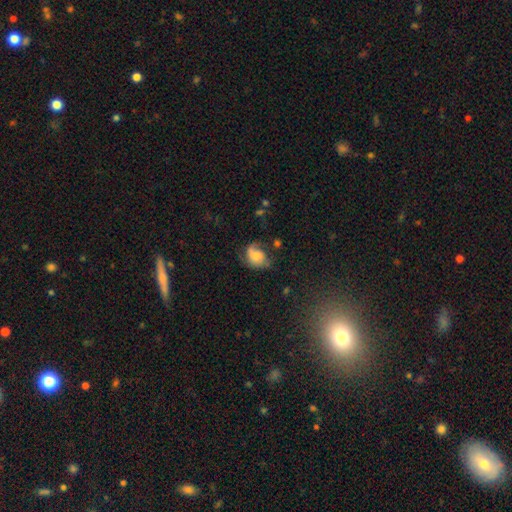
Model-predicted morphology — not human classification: Smooth or featured? smooth (49%)
Merging? none (43%)